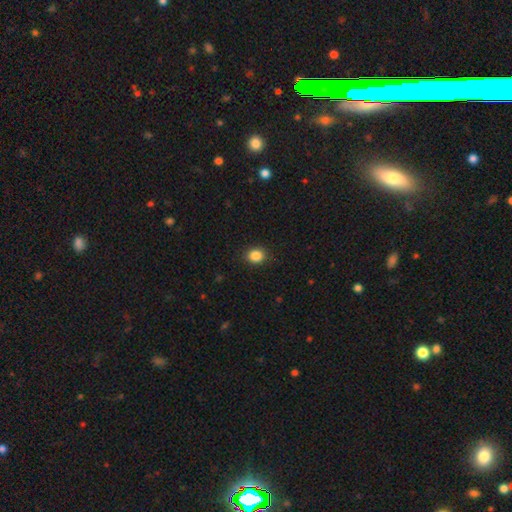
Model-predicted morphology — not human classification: Smooth or featured? Predicted: smooth (p=0.86). How rounded? Predicted: round (p=0.67). Merging? Predicted: none (p=0.89).